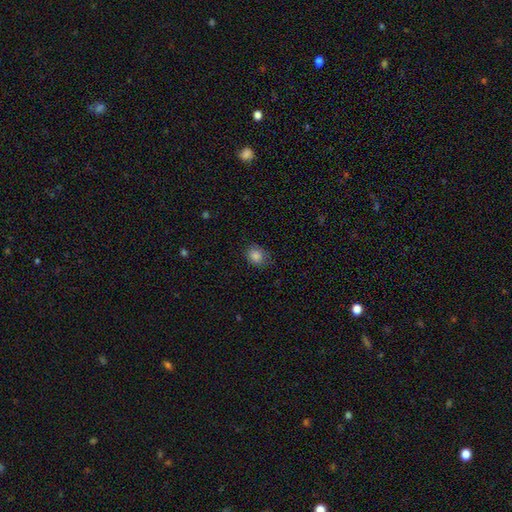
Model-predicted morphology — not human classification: Smooth or featured: smooth — 85% (star or artifact — 10%)
How rounded: round — 61% (in between — 38%)
Merging: none — 77% (minor disturbance — 18%)